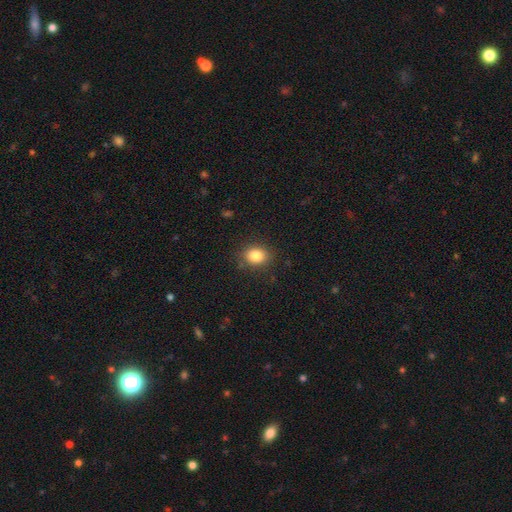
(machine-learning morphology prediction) Smooth or featured? Predicted: smooth (p=0.84). How rounded? Predicted: round (p=0.52). Merging? Predicted: none (p=0.86).